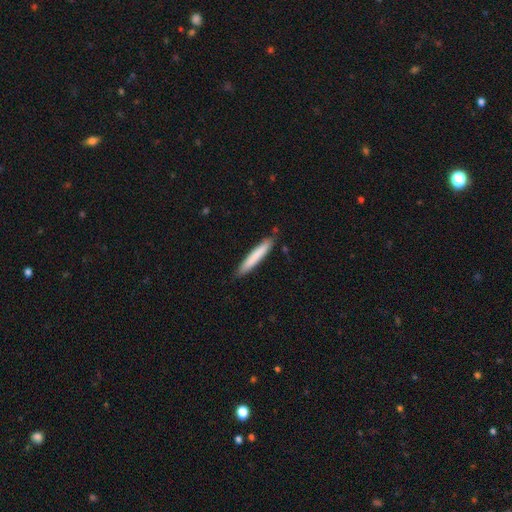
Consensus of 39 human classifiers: smooth-or-featured: smooth: 72% | featured or disk: 18% | star or artifact: 10%
  how-rounded: cigar-shaped: 89% | in between: 7% | round: 4%
  merging: none: 86% | minor disturbance: 9% | major disturbance: 3% | merger: 3%